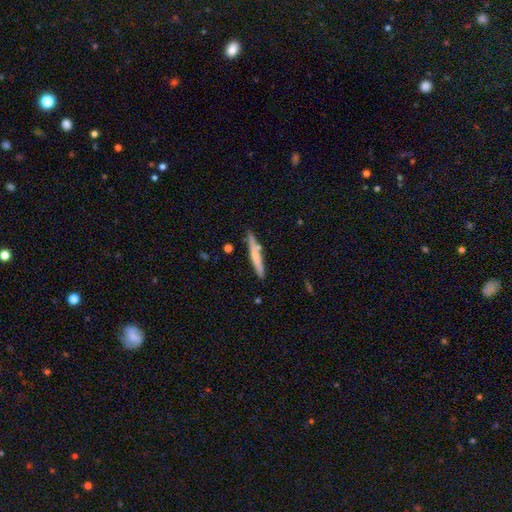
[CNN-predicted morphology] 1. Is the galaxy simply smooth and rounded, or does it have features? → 55% smooth, 40% featured or disk, 5% star or artifact.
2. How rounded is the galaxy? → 95% cigar-shaped, 4% in between, 1% round.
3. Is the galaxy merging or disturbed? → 80% none, 12% minor disturbance, 5% merger, 2% major disturbance.